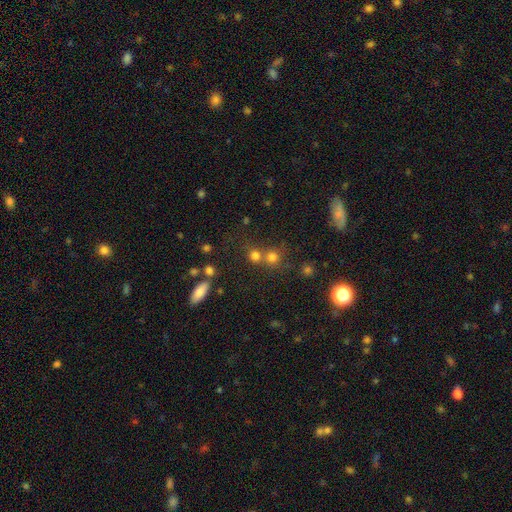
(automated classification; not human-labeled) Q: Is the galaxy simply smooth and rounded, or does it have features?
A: smooth — 72%.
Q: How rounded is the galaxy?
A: round — 85%.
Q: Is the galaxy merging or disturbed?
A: none — 52%.